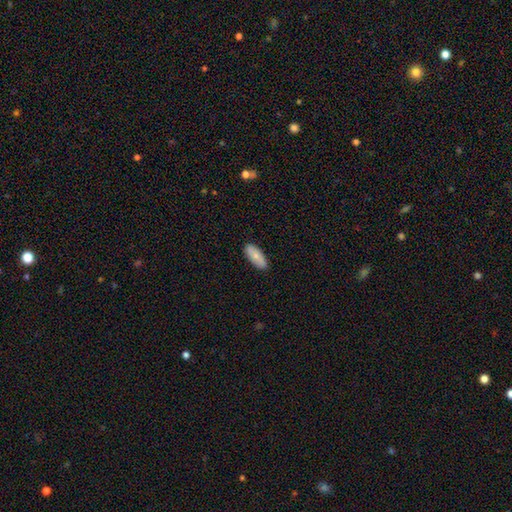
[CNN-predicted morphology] Smooth or featured: smooth — 72% (featured or disk — 22%)
How rounded: in between — 83% (cigar-shaped — 14%)
Merging: none — 88% (minor disturbance — 9%)